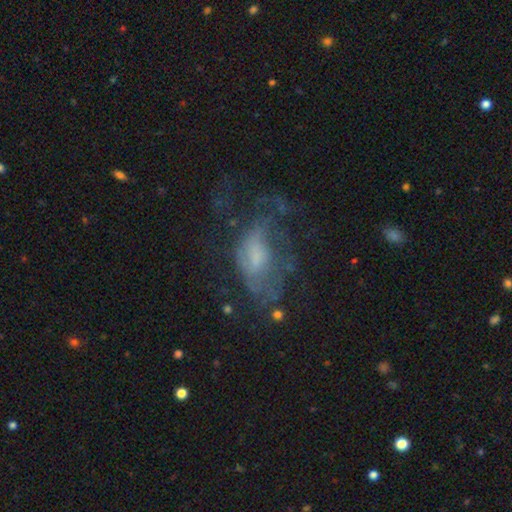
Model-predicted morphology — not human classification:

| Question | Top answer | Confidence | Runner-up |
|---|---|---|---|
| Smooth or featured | featured or disk | 60% | smooth (28%) |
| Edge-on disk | no | 95% | yes (5%) |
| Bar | no | 60% | weak (33%) |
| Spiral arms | yes | 52% | no (48%) |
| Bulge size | small | 35% | moderate (33%) |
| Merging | major disturbance | 42% | none (34%) |